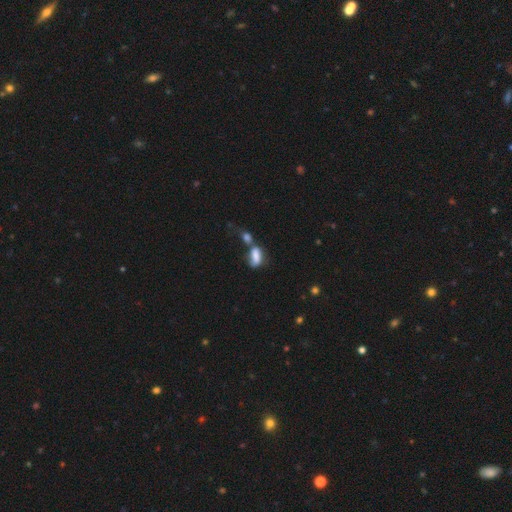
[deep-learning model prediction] A smooth galaxy with no disk features (72%) that is in between round and cigar-shaped (85%).

Vote fractions:
- Smooth or featured? smooth: 72% / featured or disk: 18% / star or artifact: 10%
- How rounded? in between: 85% / cigar-shaped: 9% / round: 7%
- Merging? merger: 55% / none: 20% / major disturbance: 13% / minor disturbance: 12%